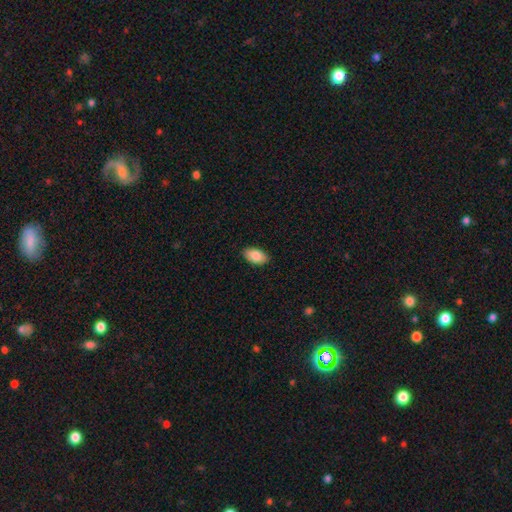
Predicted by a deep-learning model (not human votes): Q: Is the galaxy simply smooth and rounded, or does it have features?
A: smooth — 86%.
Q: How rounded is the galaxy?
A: in between — 94%.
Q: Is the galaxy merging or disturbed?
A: none — 89%.